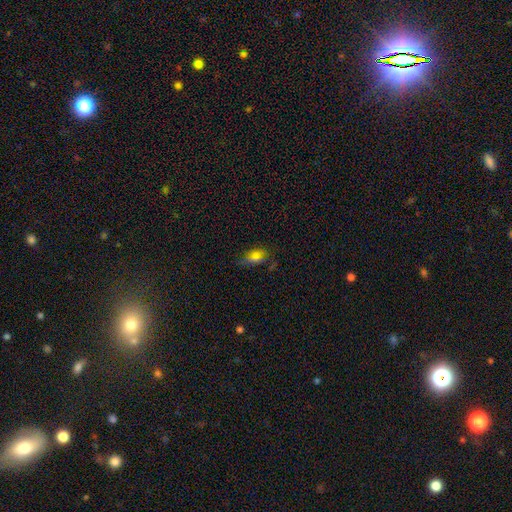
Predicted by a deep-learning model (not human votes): Smooth or featured: smooth — 57% (star or artifact — 28%)
How rounded: in between — 81% (round — 13%)
Merging: none — 49% (minor disturbance — 25%)